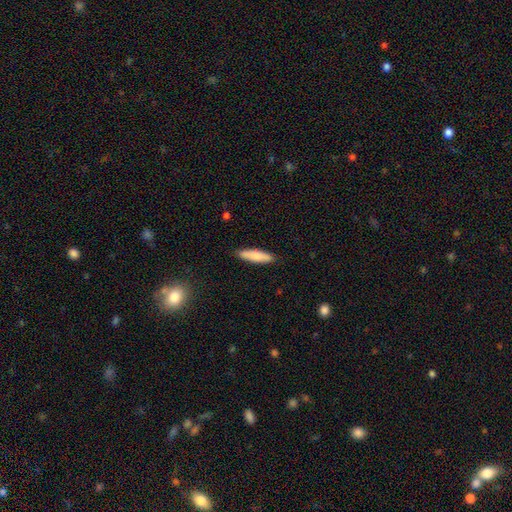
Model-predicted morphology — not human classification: Smooth or featured? smooth (79%)
How rounded? cigar-shaped (72%)
Merging? none (87%)